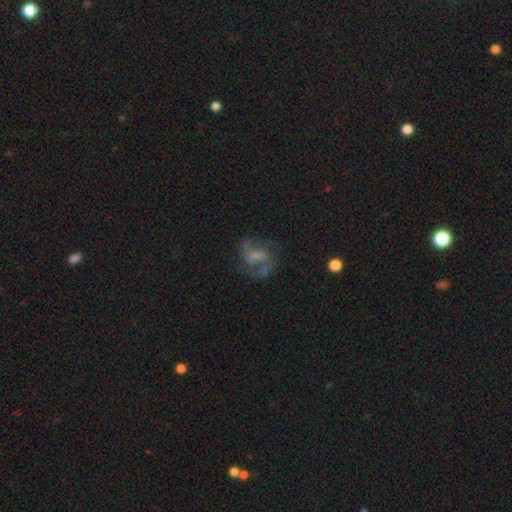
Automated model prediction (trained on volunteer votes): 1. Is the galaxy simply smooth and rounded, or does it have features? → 69% featured or disk, 20% smooth, 11% star or artifact.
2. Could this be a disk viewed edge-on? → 98% no, 2% yes.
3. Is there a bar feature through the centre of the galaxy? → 45% weak, 39% no, 16% strong.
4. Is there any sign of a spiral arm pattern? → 83% yes, 17% no.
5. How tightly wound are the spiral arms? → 47% medium, 40% loose, 13% tight.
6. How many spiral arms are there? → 77% 2, 10% can't tell, 5% 1, 4% 3, 2% 4, 2% more than 4.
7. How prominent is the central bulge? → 42% none, 28% small, 21% moderate, 7% large, 2% dominant.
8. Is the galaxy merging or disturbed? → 55% none, 24% major disturbance, 18% minor disturbance, 4% merger.